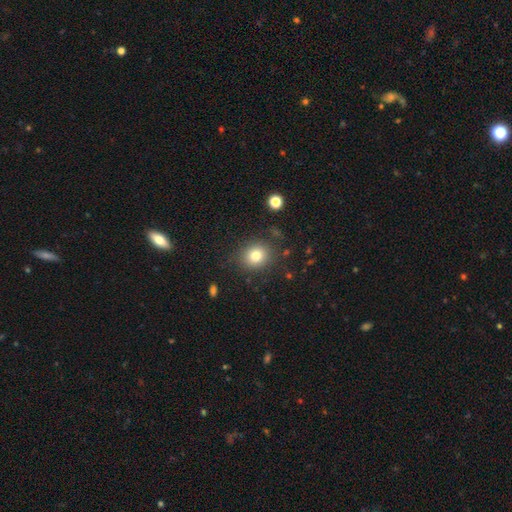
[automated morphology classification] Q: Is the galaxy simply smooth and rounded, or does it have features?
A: smooth — 79%.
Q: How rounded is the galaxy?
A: round — 80%.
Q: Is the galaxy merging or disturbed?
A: none — 85%.